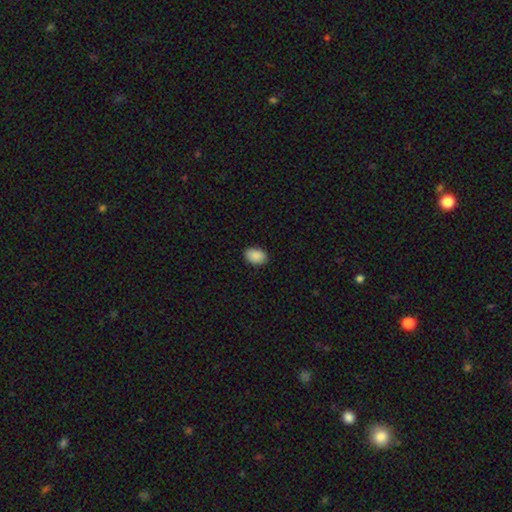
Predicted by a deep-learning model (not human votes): Smooth or featured: smooth — 90% (star or artifact — 7%)
How rounded: in between — 84% (round — 15%)
Merging: none — 88% (minor disturbance — 9%)